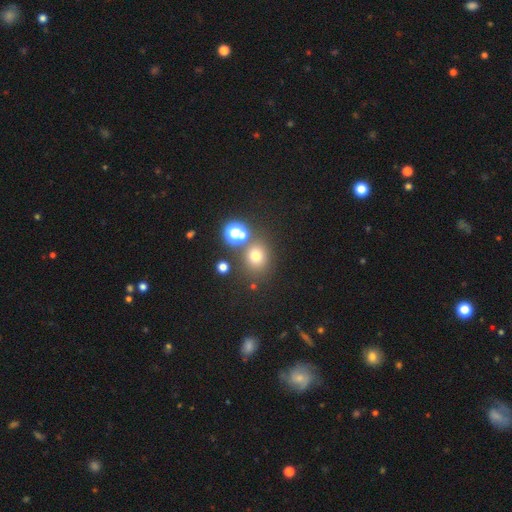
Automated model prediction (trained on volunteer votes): smooth 69%, star or artifact 23%, featured or disk 9%. Down the decision tree: how rounded — round (76%); merging — none (72%).